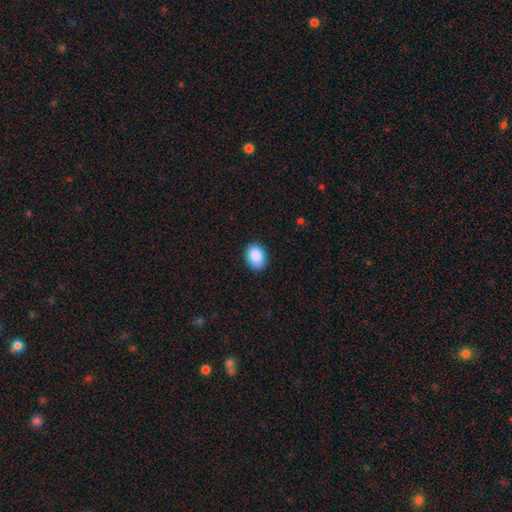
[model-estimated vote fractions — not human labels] The model was most divided on "how rounded": in between: 79%, round: 20%, cigar-shaped: 1%. More confident: smooth or featured — smooth (89%); merging — none (88%).